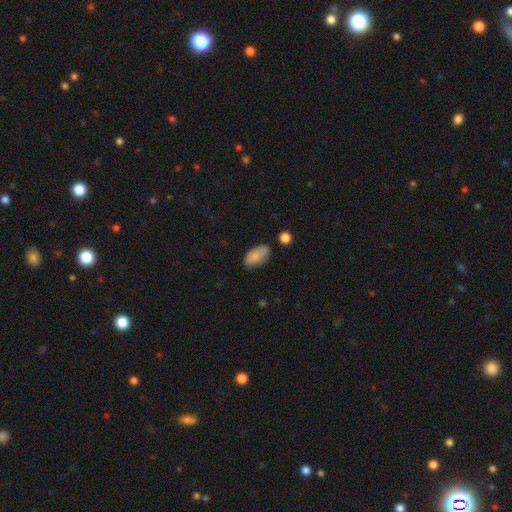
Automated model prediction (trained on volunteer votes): This appears to be a smooth galaxy with no disk features (82%) that is in between round and cigar-shaped (93%). Merging: none (68%).